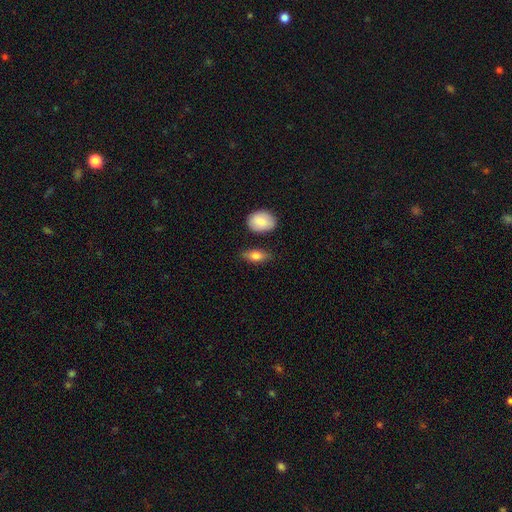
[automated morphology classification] The model was most divided on "smooth or featured": smooth: 76%, featured or disk: 17%, star or artifact: 7%. More confident: how rounded — in between (80%); merging — none (76%).